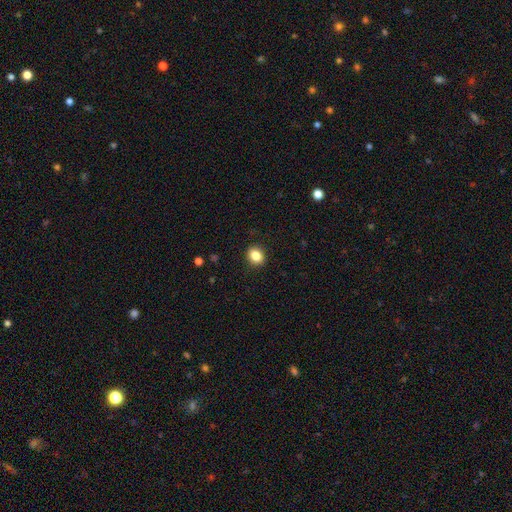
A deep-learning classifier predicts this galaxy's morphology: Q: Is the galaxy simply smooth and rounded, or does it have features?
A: smooth — 85%.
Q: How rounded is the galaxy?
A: round — 58%.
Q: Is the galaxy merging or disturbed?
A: none — 90%.